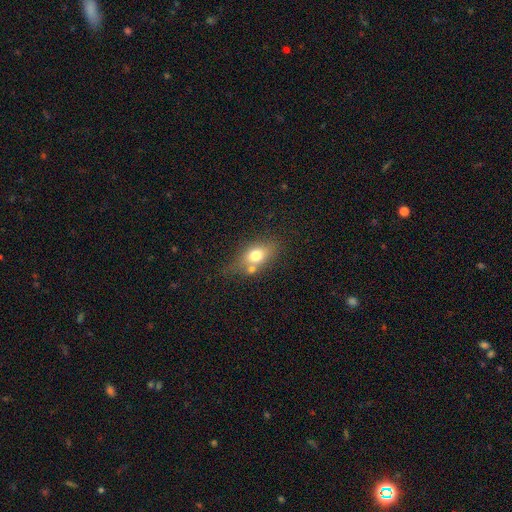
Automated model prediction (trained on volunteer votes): Morphology: type=smooth (70%); roundness=in between (74%); merging=none (51%).